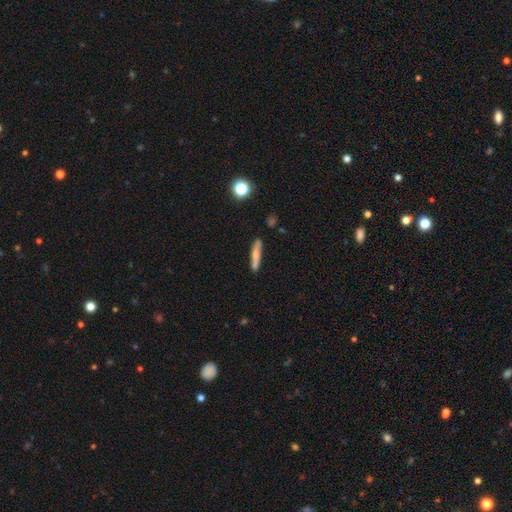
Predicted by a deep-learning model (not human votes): Smooth or featured?
  - smooth: 70% *
  - featured or disk: 23%
  - star or artifact: 7%
How rounded?
  - cigar-shaped: 89% *
  - in between: 9%
  - round: 2%
Merging?
  - none: 81% *
  - minor disturbance: 13%
  - merger: 3%
  - major disturbance: 3%